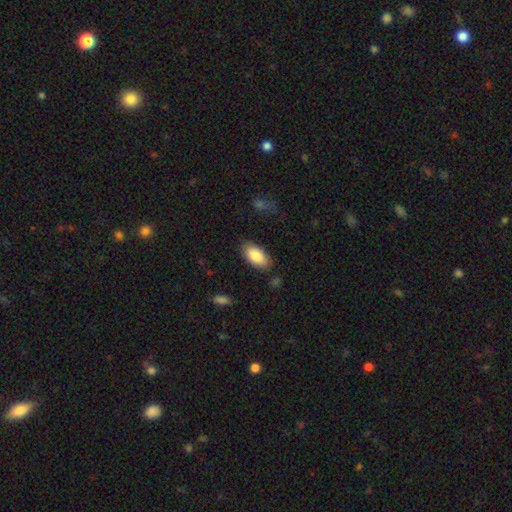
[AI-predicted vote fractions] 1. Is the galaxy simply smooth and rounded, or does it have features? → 87% smooth, 7% featured or disk, 6% star or artifact.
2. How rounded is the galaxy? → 94% in between, 4% cigar-shaped, 2% round.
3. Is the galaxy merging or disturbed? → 83% none, 12% minor disturbance, 3% major disturbance, 2% merger.